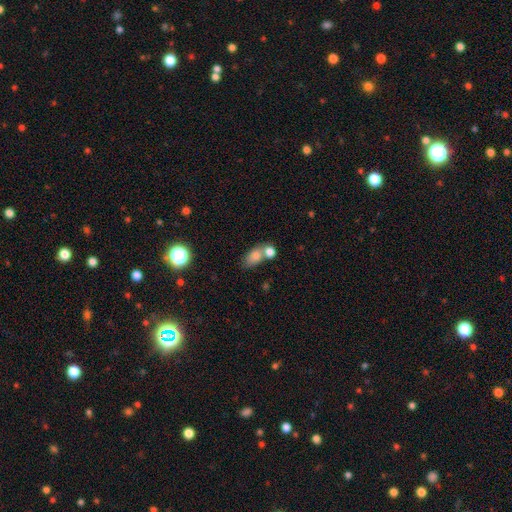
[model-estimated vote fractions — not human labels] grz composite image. It shows a smooth galaxy with no disk features (76%) that is in between round and cigar-shaped (80%). Merging: merger (47%).